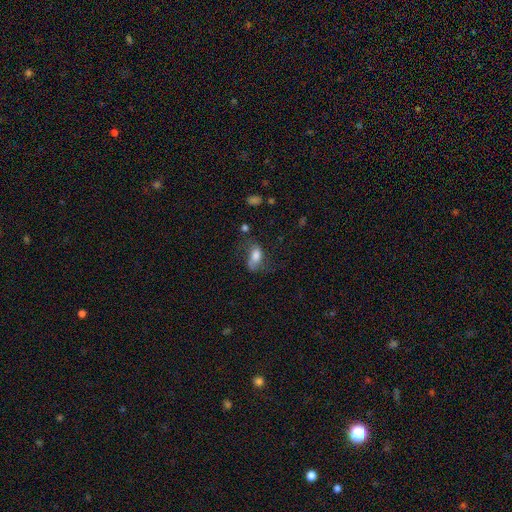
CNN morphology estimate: Overall: smooth (65%; featured or disk 25%). How rounded: in between (87%). Merging: none (41%; major disturbance 28%).